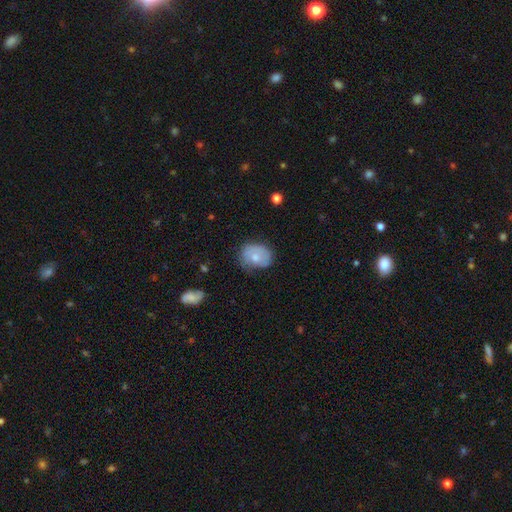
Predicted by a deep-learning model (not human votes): A smooth galaxy with no disk features (62%) that is in between round and cigar-shaped (50%). Merging: none (56%).